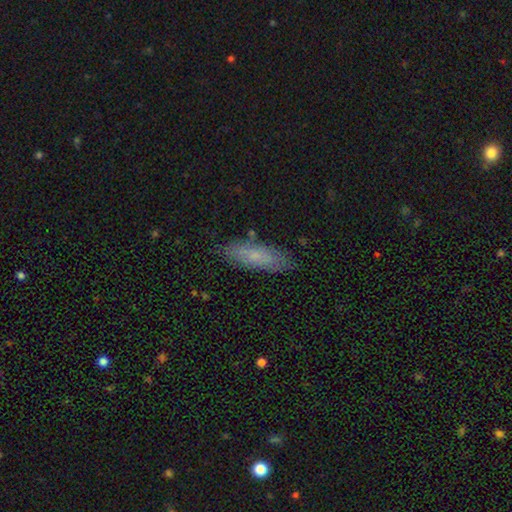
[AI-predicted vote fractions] This is likely a smooth galaxy (66%). How rounded: possibly in between (50%). Merging: clearly none (82%).